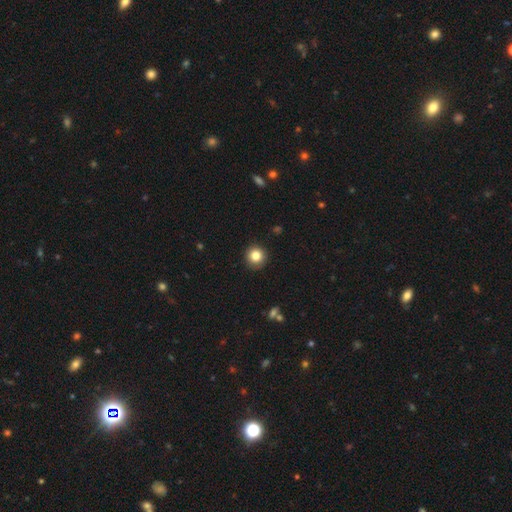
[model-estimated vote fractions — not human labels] Smooth or featured?
  - smooth: 83% *
  - star or artifact: 11%
  - featured or disk: 6%
How rounded?
  - round: 94% *
  - in between: 5%
  - cigar-shaped: 1%
Merging?
  - none: 91% *
  - minor disturbance: 6%
  - major disturbance: 2%
  - merger: 1%